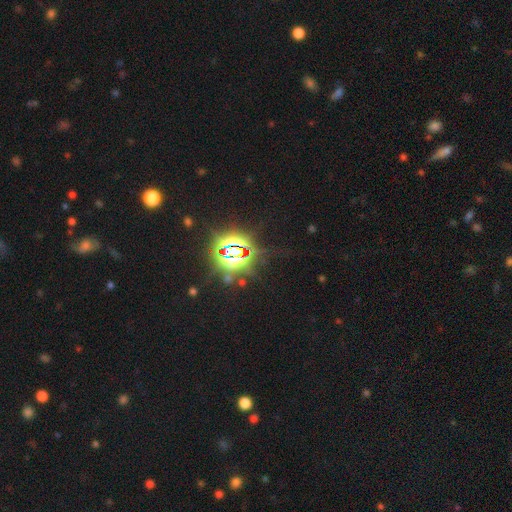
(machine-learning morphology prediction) smooth_or_featured: star or artifact (p=0.85) [alt: smooth p=0.09]